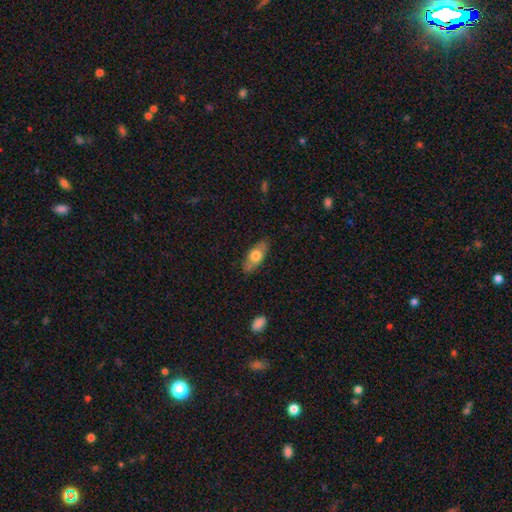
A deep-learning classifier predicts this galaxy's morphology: Smooth or featured? smooth (62%)
How rounded? in between (81%)
Merging? none (81%)